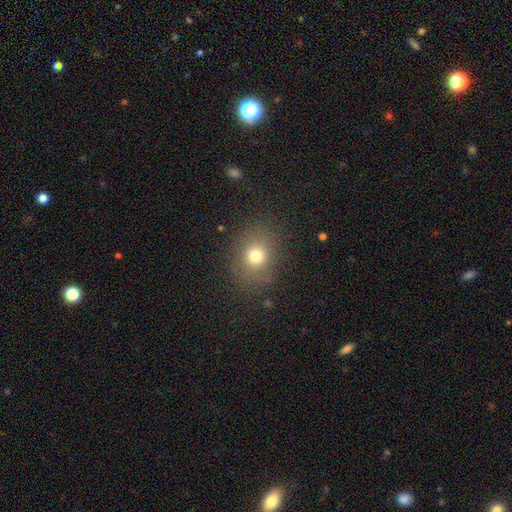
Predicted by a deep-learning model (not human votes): smooth_or_featured: smooth (p=0.74) [alt: star or artifact p=0.15]
how_rounded: round (p=0.59) [alt: in between p=0.40]
merging: none (p=0.83) [alt: minor disturbance p=0.11]